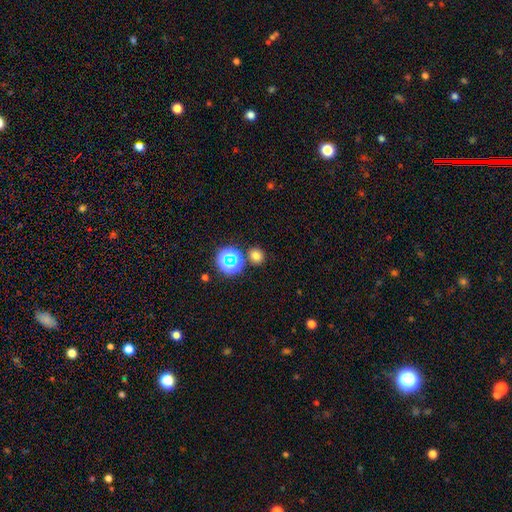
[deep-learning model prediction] Smooth or featured? smooth (70%)
How rounded? round (81%)
Merging? none (82%)